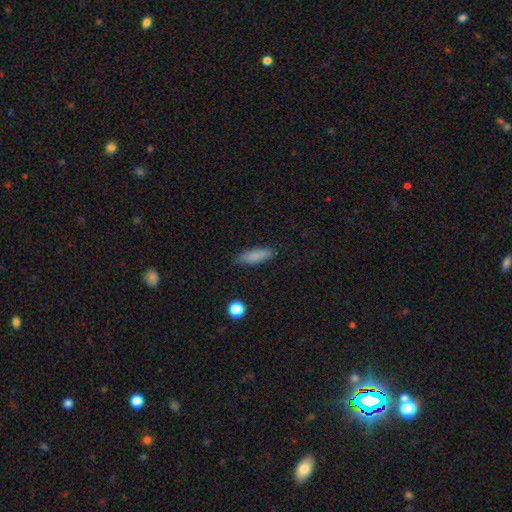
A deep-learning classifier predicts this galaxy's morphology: Overall: smooth (85%). How rounded: cigar-shaped (54%; in between 44%). Merging: none (84%).